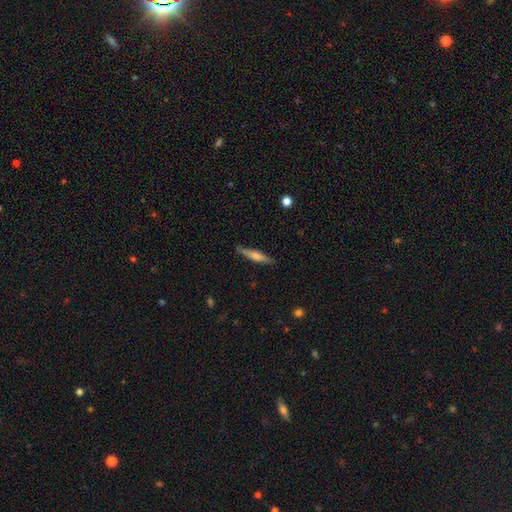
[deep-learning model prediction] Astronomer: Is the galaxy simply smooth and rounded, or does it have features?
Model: smooth — 54% (runner-up: featured or disk, 40%).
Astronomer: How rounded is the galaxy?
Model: cigar-shaped — 85%.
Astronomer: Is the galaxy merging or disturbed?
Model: none — 84%.